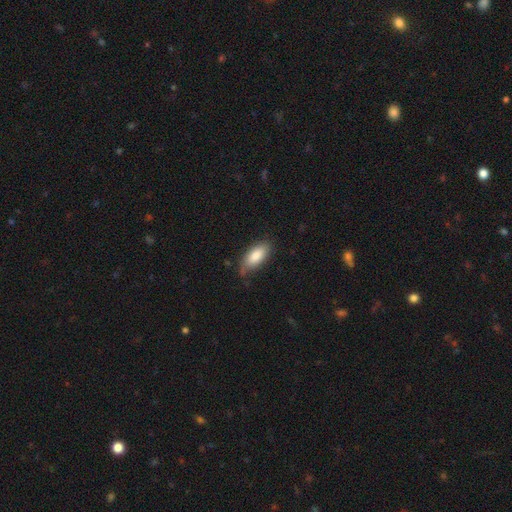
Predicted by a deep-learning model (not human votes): This appears to be a smooth galaxy with no disk features (82%) that is in between round and cigar-shaped (86%). Merging: none (68%).